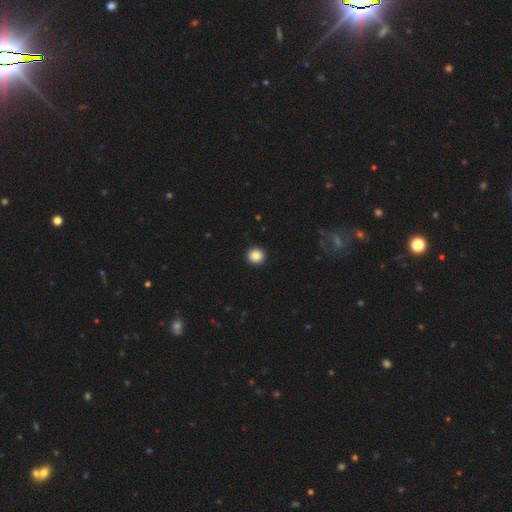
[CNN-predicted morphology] The model was most divided on "smooth or featured": smooth: 87%, star or artifact: 9%, featured or disk: 3%. More confident: how rounded — round (95%); merging — none (93%).